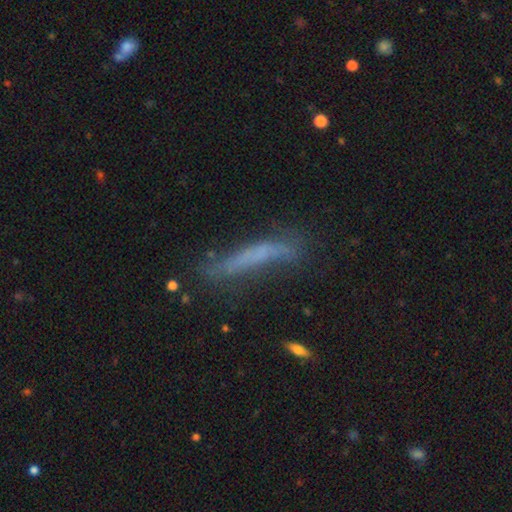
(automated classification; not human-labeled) Smooth or featured: smooth — 49% (featured or disk — 40%)
Merging: none — 59% (minor disturbance — 25%)